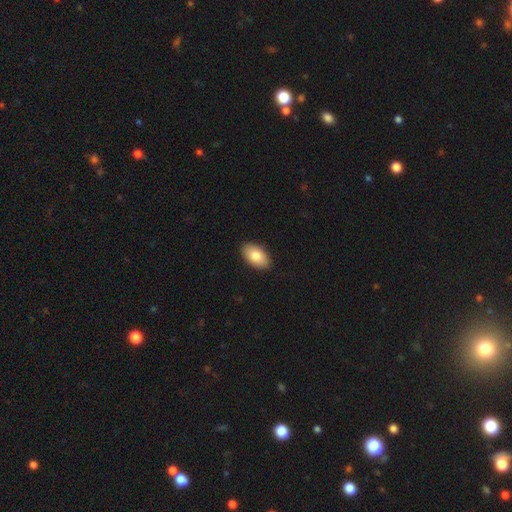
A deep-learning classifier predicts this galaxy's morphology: smooth-or-featured: smooth: 82% | featured or disk: 11% | star or artifact: 6%
  how-rounded: in between: 94% | round: 4% | cigar-shaped: 1%
  merging: none: 90% | minor disturbance: 7% | major disturbance: 2% | merger: 1%